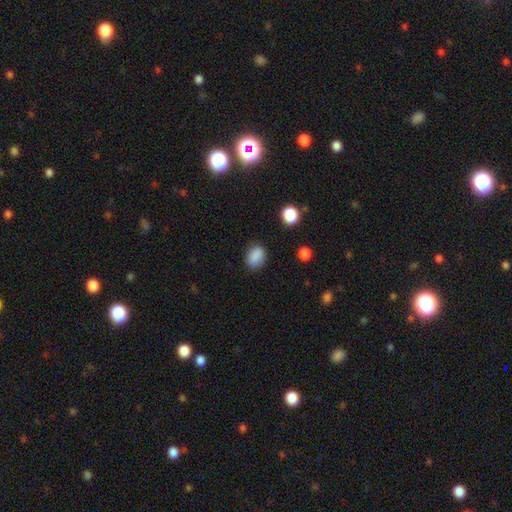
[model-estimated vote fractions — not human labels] smooth-or-featured: smooth: 87% | star or artifact: 10% | featured or disk: 3%
  how-rounded: in between: 65% | round: 34% | cigar-shaped: 1%
  merging: none: 81% | minor disturbance: 14% | major disturbance: 3% | merger: 2%